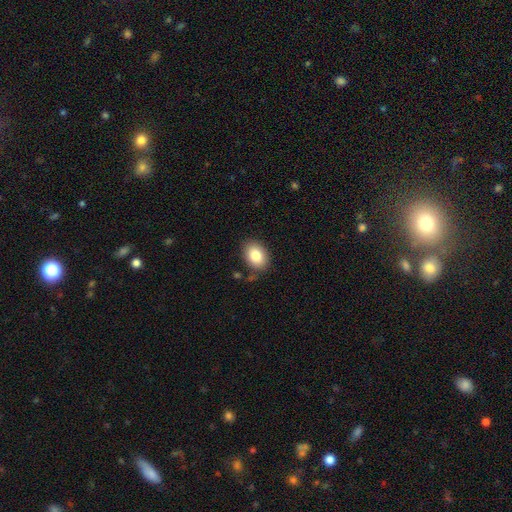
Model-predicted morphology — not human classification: Smooth or featured?
  - smooth: 84% *
  - featured or disk: 8%
  - star or artifact: 8%
How rounded?
  - in between: 74% *
  - round: 25%
  - cigar-shaped: 1%
Merging?
  - none: 83% *
  - minor disturbance: 11%
  - major disturbance: 3%
  - merger: 2%